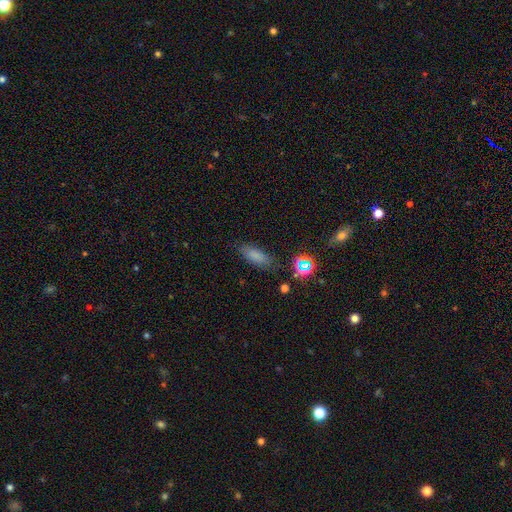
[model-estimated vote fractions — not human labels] Smooth or featured? Predicted: smooth (p=0.76). How rounded? Predicted: in between (p=0.71). Merging? Predicted: none (p=0.78).